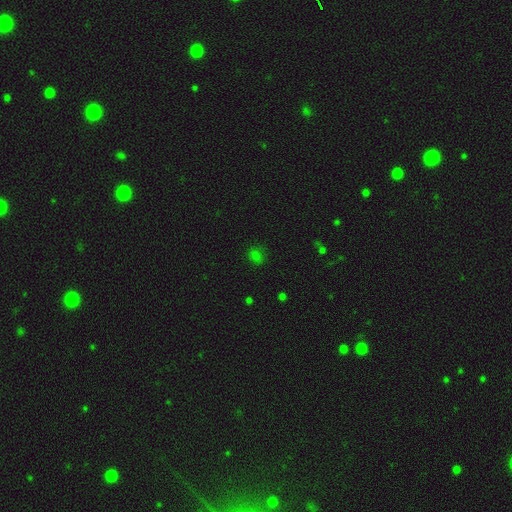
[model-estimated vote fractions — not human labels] This appears to be a smooth galaxy with no disk features (71%) that is round (57%). Merging: none (82%).